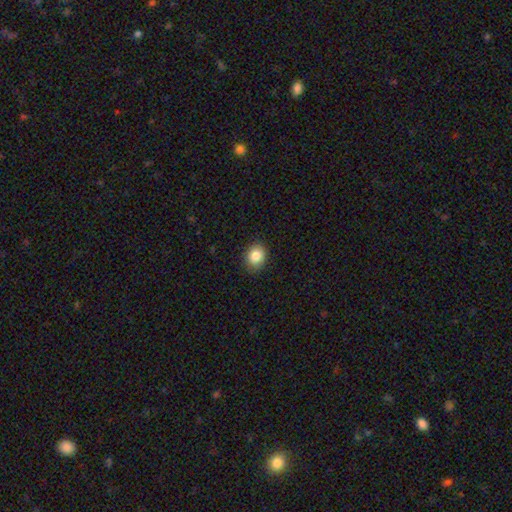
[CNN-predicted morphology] A smooth galaxy with no disk features (84%) that is round (60%). Merging: none (88%).